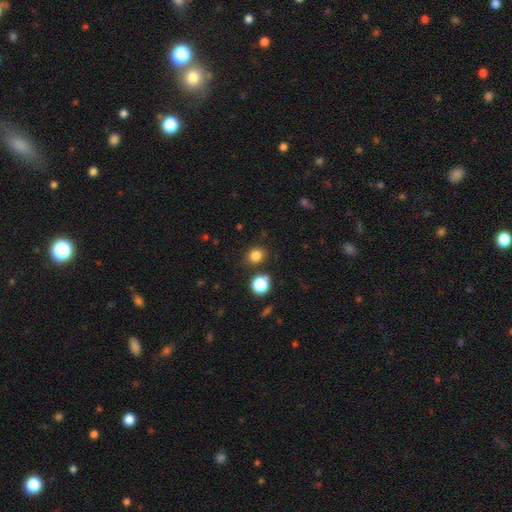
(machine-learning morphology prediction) This appears to be a smooth galaxy with no disk features (82%) that is round (61%). Merging: none (82%).